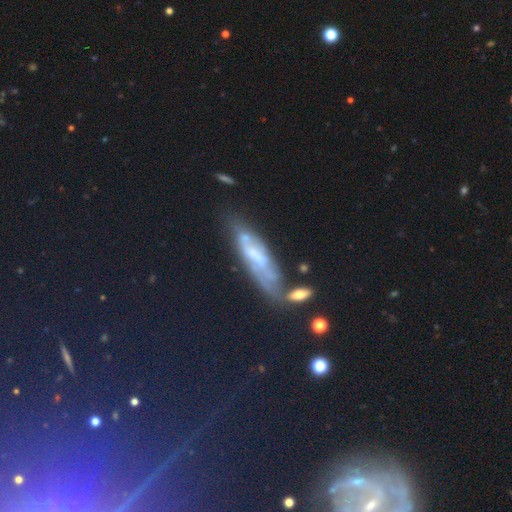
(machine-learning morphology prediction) A featured or disk galaxy (51%).

Vote fractions:
- Smooth or featured? featured or disk: 51% / smooth: 27% / star or artifact: 22%
- Edge-on disk? no: 54% / yes: 46%
- Merging? none: 51% / minor disturbance: 26% / major disturbance: 13% / merger: 10%